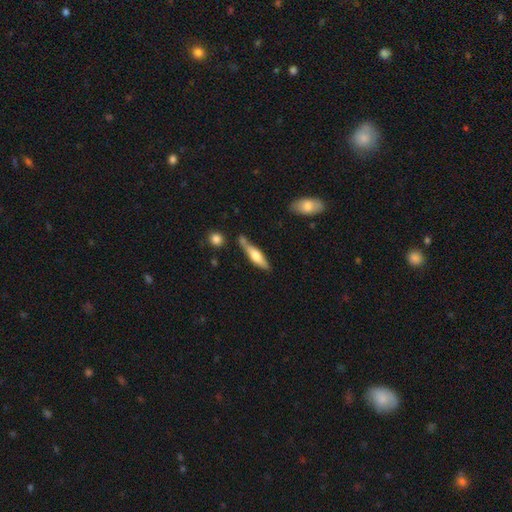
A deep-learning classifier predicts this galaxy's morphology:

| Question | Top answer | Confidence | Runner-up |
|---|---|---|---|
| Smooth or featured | smooth | 51% | featured or disk (44%) |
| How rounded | cigar-shaped | 75% | in between (23%) |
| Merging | none | 68% | minor disturbance (17%) |